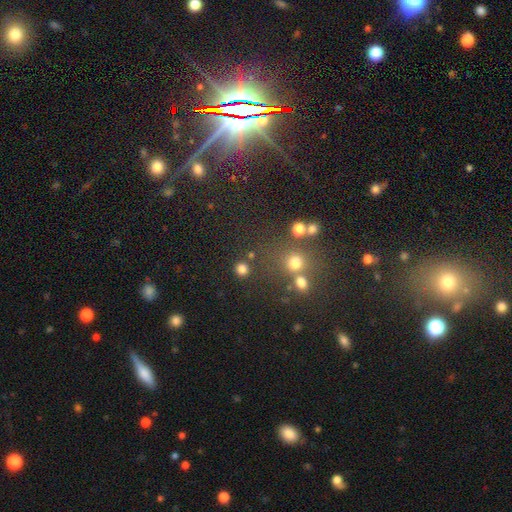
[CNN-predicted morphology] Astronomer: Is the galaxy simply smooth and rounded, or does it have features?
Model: star or artifact — 65%.